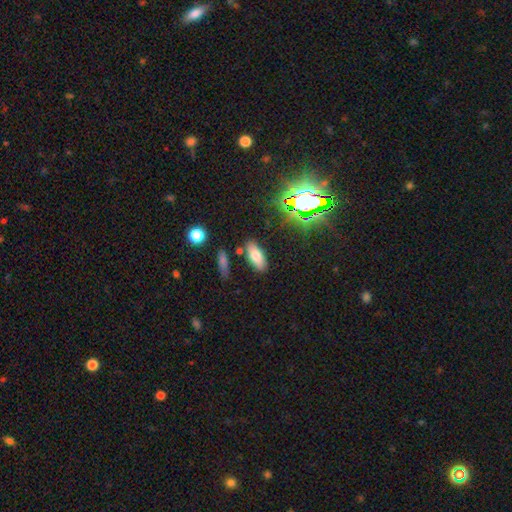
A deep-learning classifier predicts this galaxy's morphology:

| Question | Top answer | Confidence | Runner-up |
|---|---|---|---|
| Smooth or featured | smooth | 73% | star or artifact (14%) |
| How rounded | in between | 79% | cigar-shaped (18%) |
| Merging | none | 81% | minor disturbance (11%) |